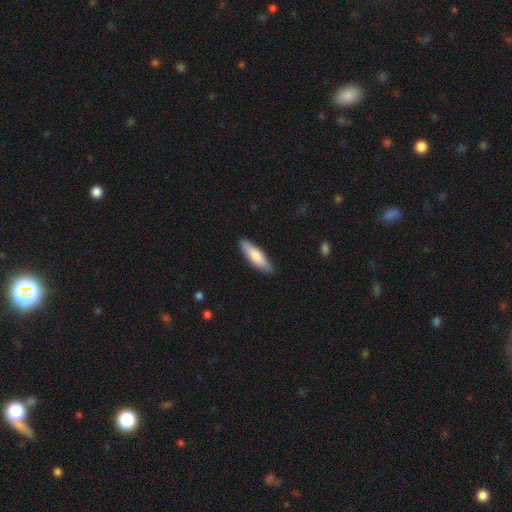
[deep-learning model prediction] Smooth or featured: smooth — 79% (featured or disk — 17%)
How rounded: cigar-shaped — 58% (in between — 41%)
Merging: none — 86% (minor disturbance — 11%)